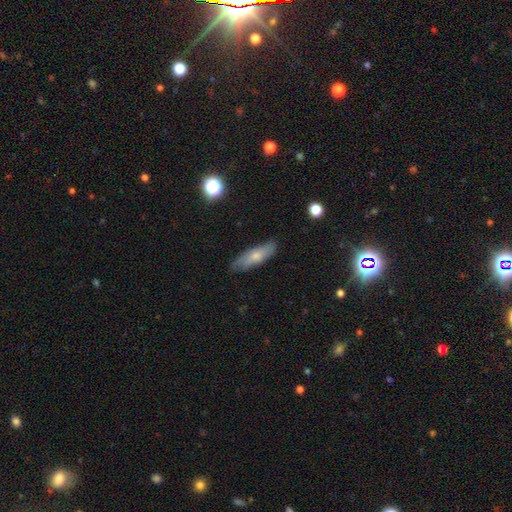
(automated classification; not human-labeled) smooth_or_featured: smooth (p=0.65) [alt: featured or disk p=0.28]
how_rounded: cigar-shaped (p=0.53) [alt: in between p=0.44]
merging: none (p=0.80) [alt: minor disturbance p=0.16]